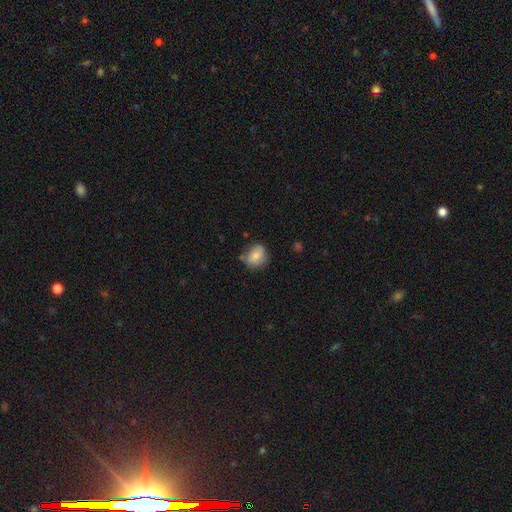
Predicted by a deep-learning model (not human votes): smooth_or_featured: smooth (p=0.78) [alt: featured or disk p=0.14]
how_rounded: round (p=0.61) [alt: in between p=0.38]
merging: none (p=0.65) [alt: minor disturbance p=0.25]